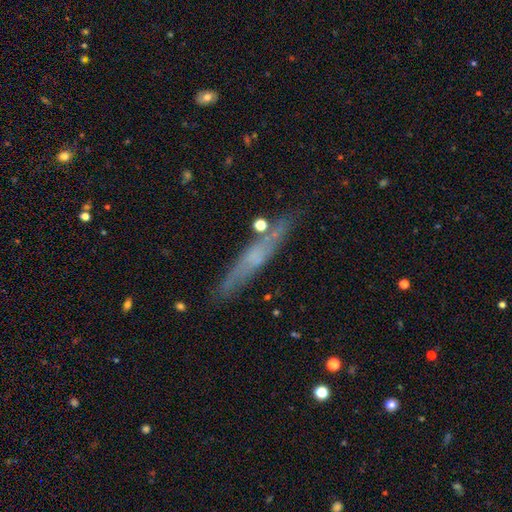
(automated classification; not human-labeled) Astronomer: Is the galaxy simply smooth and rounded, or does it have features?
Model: featured or disk — 52% (runner-up: smooth, 39%).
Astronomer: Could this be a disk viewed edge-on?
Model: yes — 88%.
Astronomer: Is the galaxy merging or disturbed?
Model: none — 83%.